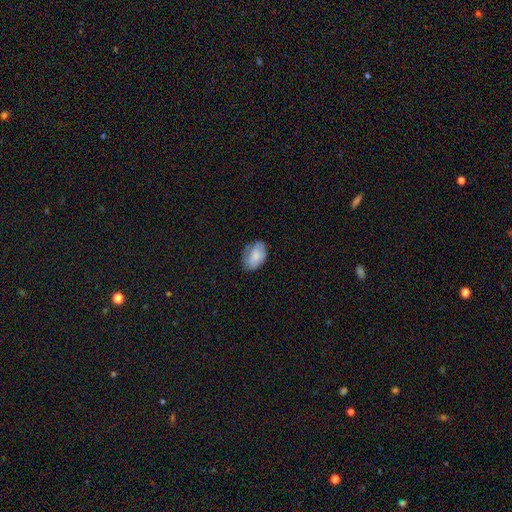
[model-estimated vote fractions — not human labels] Morphology: type=smooth (80%); roundness=in between (86%); merging=none (71%).